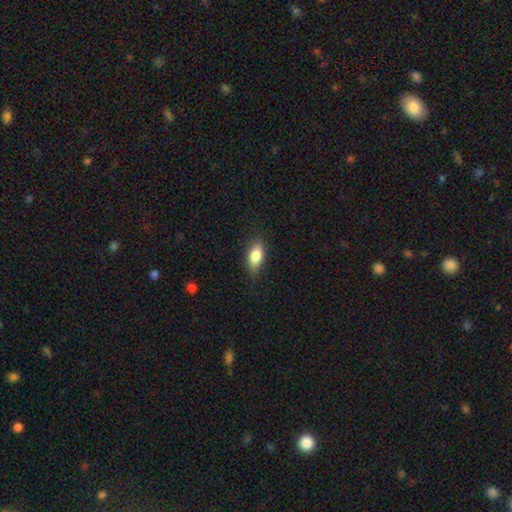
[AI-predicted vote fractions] Overall: smooth (80%). How rounded: in between (83%). Merging: none (80%).